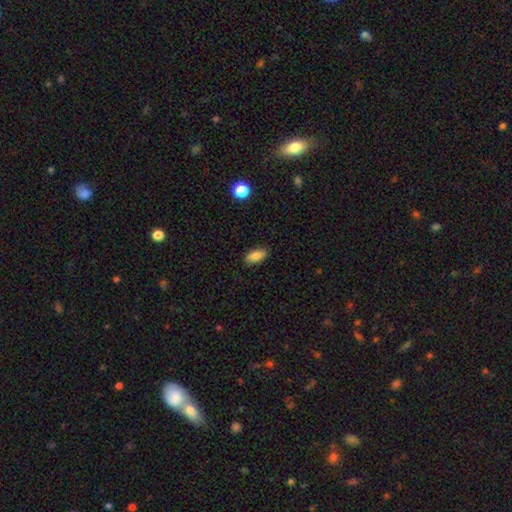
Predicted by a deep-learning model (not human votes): Smooth or featured? smooth (84%)
How rounded? in between (89%)
Merging? none (88%)